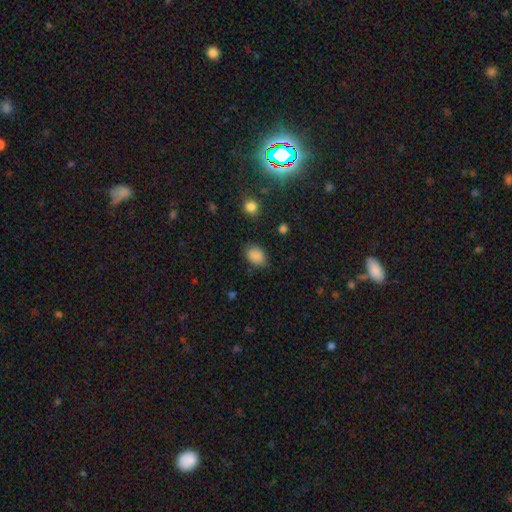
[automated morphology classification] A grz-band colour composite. It shows a smooth galaxy with no disk features (86%) that is in between round and cigar-shaped (70%). Merging: none (79%).